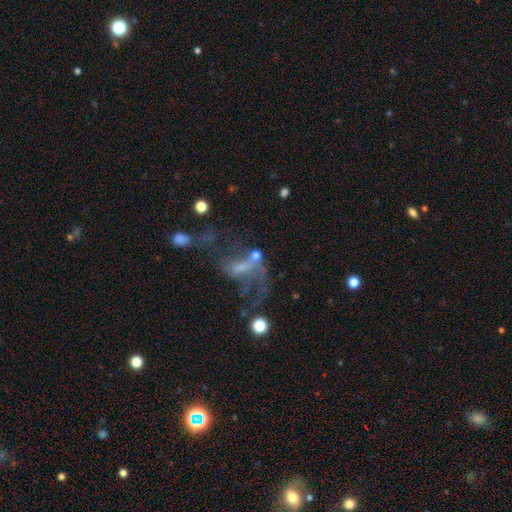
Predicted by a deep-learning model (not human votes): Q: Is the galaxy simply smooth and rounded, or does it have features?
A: featured or disk — 52%.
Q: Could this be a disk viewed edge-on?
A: no — 94%.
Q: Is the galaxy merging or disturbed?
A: major disturbance — 40%.